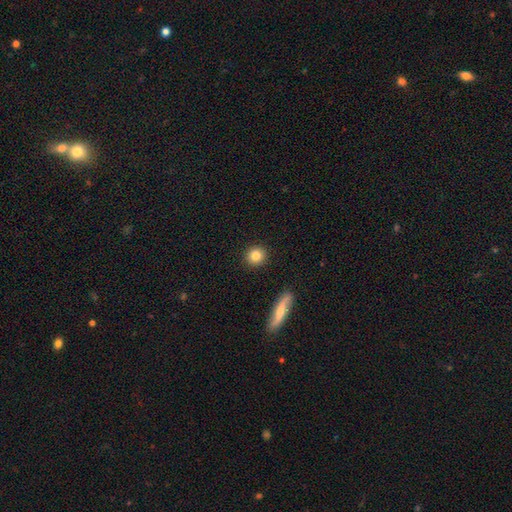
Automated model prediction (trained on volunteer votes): A smooth galaxy with no disk features (84%) that is round (91%). Merging: none (92%).